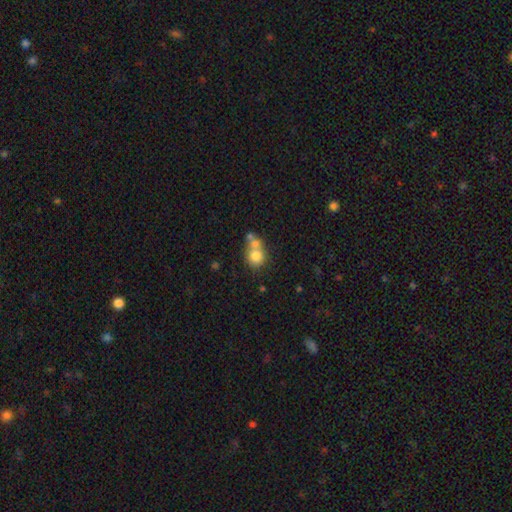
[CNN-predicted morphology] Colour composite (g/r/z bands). It shows a smooth galaxy with no disk features (73%) that is round (78%). Merging: merger (52%).